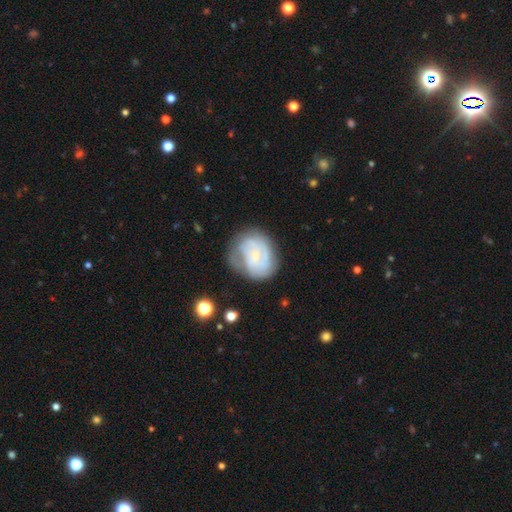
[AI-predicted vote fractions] This appears to be a featured or disk galaxy (66%) with no bar (70%), tight (55%) spiral arms (80%) and a small central bulge (76%). Merging: none (53%).